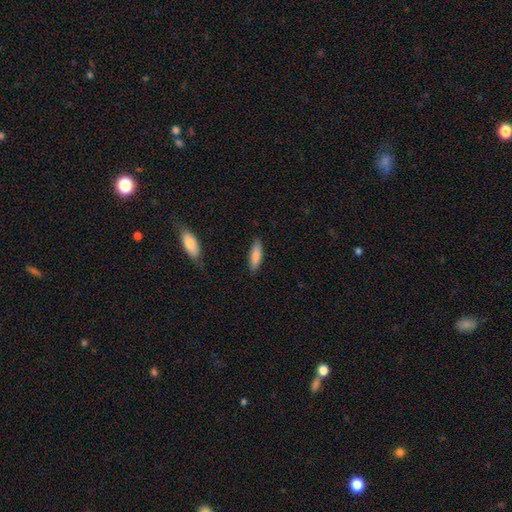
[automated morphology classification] Q: Smooth or featured?
A: smooth (85%); runner-up: featured or disk (9%)
Q: How rounded?
A: cigar-shaped (54%); runner-up: in between (45%)
Q: Merging?
A: none (84%); runner-up: minor disturbance (12%)